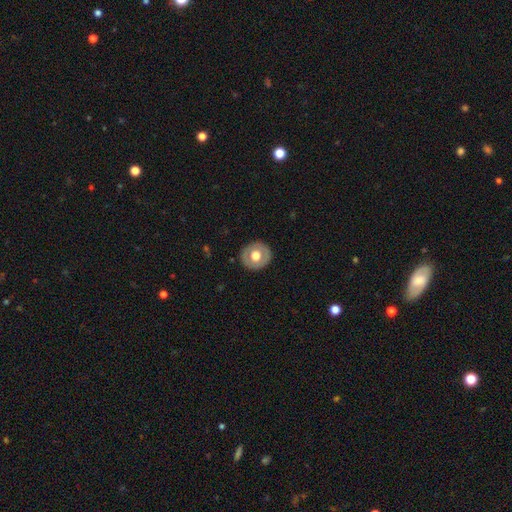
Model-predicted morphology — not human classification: The model was most divided on "smooth or featured": smooth: 55%, featured or disk: 39%, star or artifact: 6%. More confident: merging — none (88%); how rounded — round (82%).